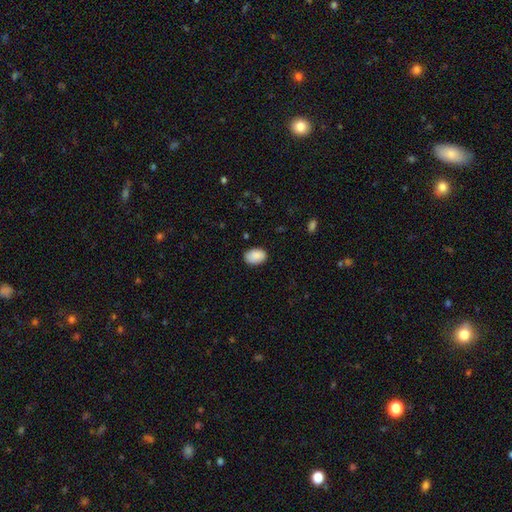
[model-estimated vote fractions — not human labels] smooth 88%, star or artifact 7%, featured or disk 5%. Down the decision tree: how rounded — in between (85%); merging — none (84%).